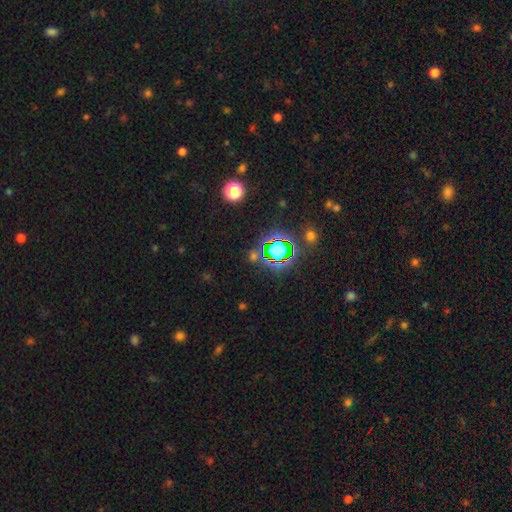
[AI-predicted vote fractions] Smooth or featured: star or artifact — 72% (smooth — 19%)